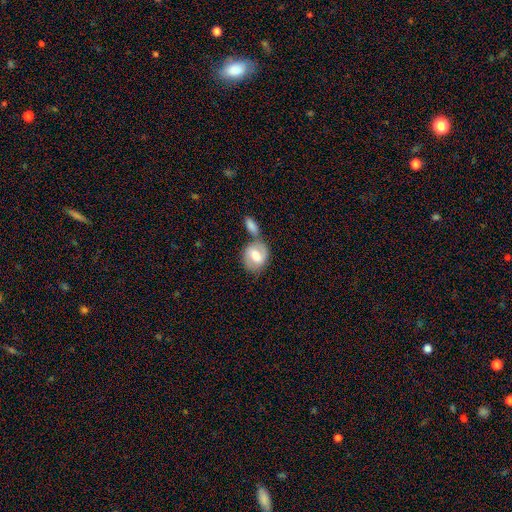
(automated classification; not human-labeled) The model was most divided on "how rounded": round: 52%, in between: 46%, cigar-shaped: 2%. Remaining: smooth or featured — smooth (53%); merging — none (47%).